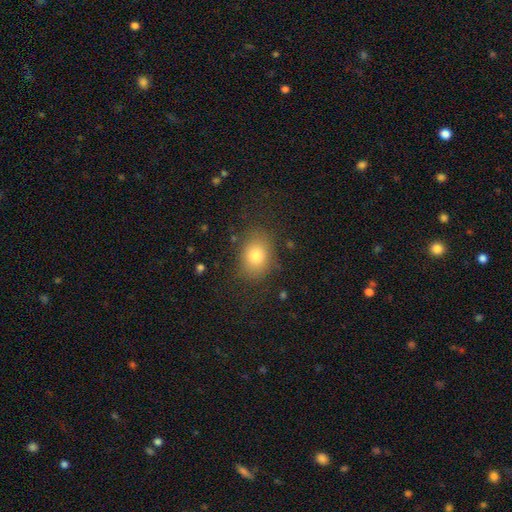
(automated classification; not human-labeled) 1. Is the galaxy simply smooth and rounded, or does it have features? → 79% smooth, 11% star or artifact, 10% featured or disk.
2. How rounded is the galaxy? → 55% in between, 44% round, 1% cigar-shaped.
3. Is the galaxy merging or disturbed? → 79% none, 14% minor disturbance, 6% major disturbance, 1% merger.